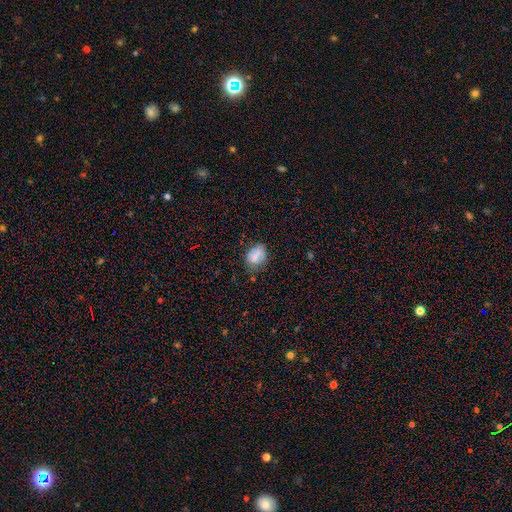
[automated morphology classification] A smooth galaxy with no disk features (75%) that is in between round and cigar-shaped (61%).

Vote fractions:
- Smooth or featured? smooth: 75% / featured or disk: 13% / star or artifact: 12%
- How rounded? in between: 61% / round: 37% / cigar-shaped: 2%
- Merging? none: 67% / minor disturbance: 23% / major disturbance: 6% / merger: 3%